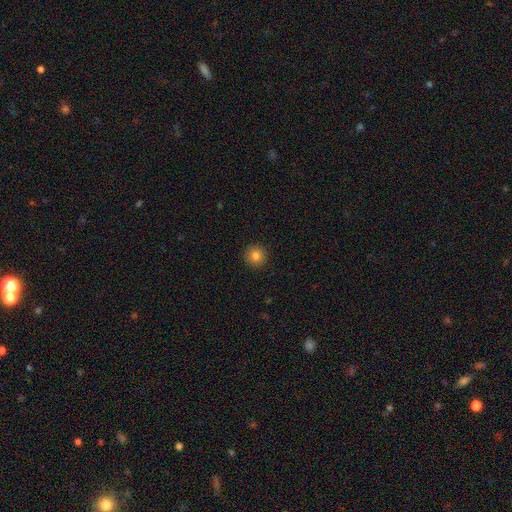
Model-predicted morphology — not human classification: This appears to be a smooth galaxy with no disk features (82%) that is round (95%). Merging: none (93%).